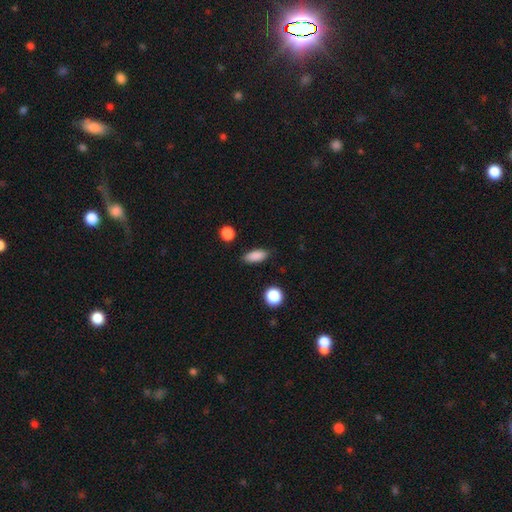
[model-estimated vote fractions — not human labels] Smooth or featured? smooth (86%)
How rounded? in between (77%)
Merging? none (86%)